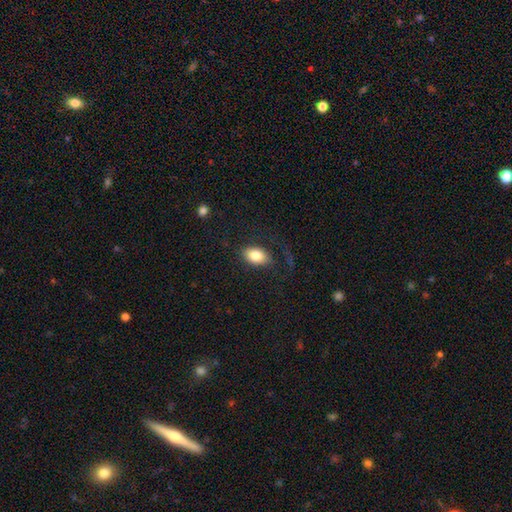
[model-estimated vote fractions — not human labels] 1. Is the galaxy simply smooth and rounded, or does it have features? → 80% smooth, 13% featured or disk, 7% star or artifact.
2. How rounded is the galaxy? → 90% in between, 9% round, 2% cigar-shaped.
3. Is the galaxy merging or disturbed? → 71% none, 14% minor disturbance, 13% major disturbance, 2% merger.